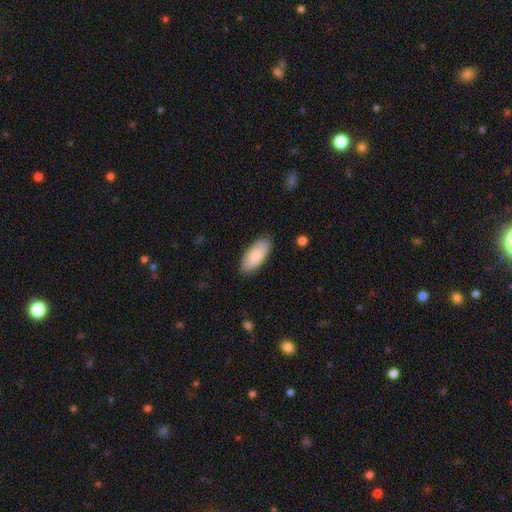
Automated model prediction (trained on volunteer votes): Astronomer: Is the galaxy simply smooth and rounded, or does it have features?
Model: smooth — 81%.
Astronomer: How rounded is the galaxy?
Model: in between — 89%.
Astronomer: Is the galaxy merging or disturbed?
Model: none — 82%.